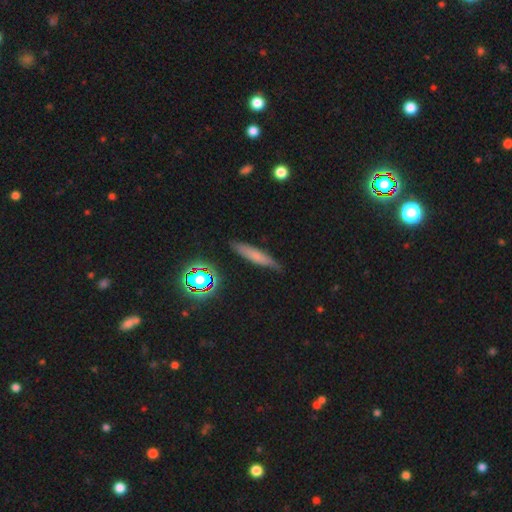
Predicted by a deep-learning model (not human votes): Q: Smooth or featured?
A: smooth (63%); runner-up: featured or disk (24%)
Q: How rounded?
A: cigar-shaped (83%); runner-up: in between (14%)
Q: Merging?
A: none (79%); runner-up: minor disturbance (16%)